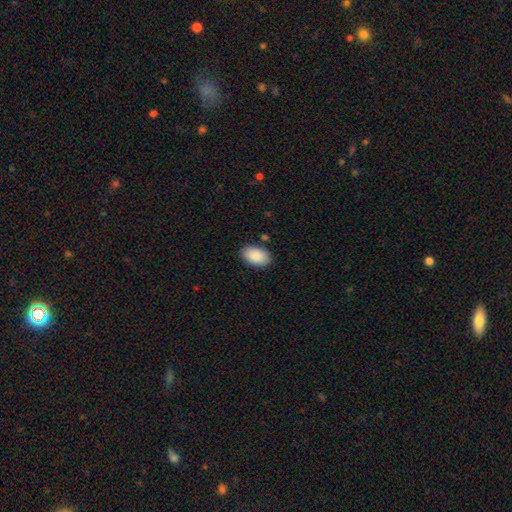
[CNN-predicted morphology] The model was most divided on "merging": none: 86%, minor disturbance: 10%, major disturbance: 2%, merger: 2%. More confident: how rounded — in between (94%); smooth or featured — smooth (90%).